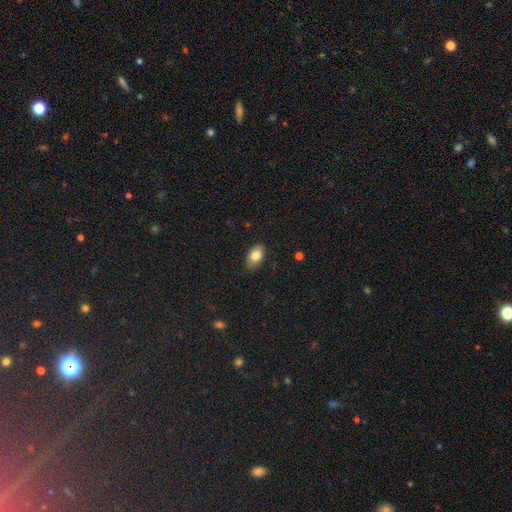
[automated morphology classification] Smooth or featured? Predicted: smooth (p=0.81). How rounded? Predicted: in between (p=0.88). Merging? Predicted: none (p=0.79).